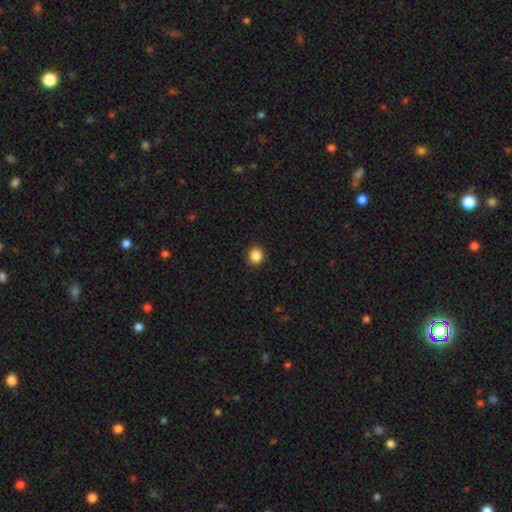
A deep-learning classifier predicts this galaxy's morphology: Q: Smooth or featured?
A: smooth (87%); runner-up: star or artifact (9%)
Q: How rounded?
A: round (79%); runner-up: in between (20%)
Q: Merging?
A: none (92%); runner-up: minor disturbance (5%)